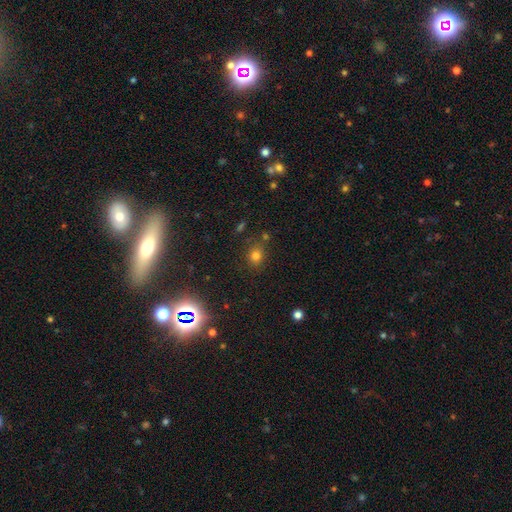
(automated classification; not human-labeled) Overall: smooth (75%). How rounded: round (70%). Merging: none (77%).